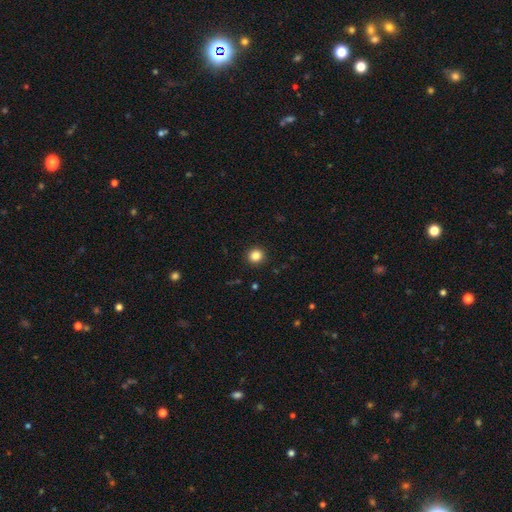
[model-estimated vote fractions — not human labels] smooth_or_featured: smooth (p=0.85) [alt: star or artifact p=0.11]
how_rounded: round (p=0.92) [alt: in between p=0.07]
merging: none (p=0.92) [alt: minor disturbance p=0.05]